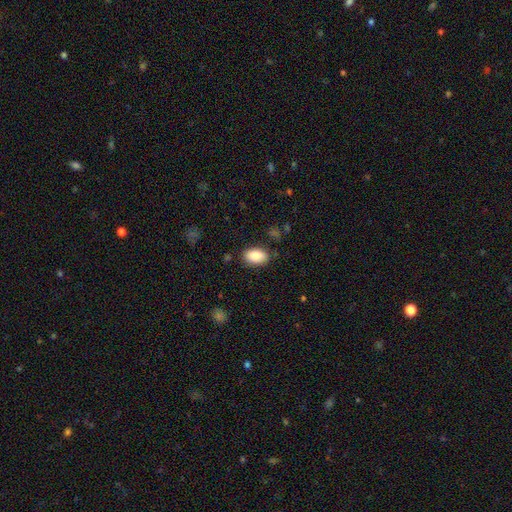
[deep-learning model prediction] Overall: smooth (89%). How rounded: in between (93%). Merging: none (84%).